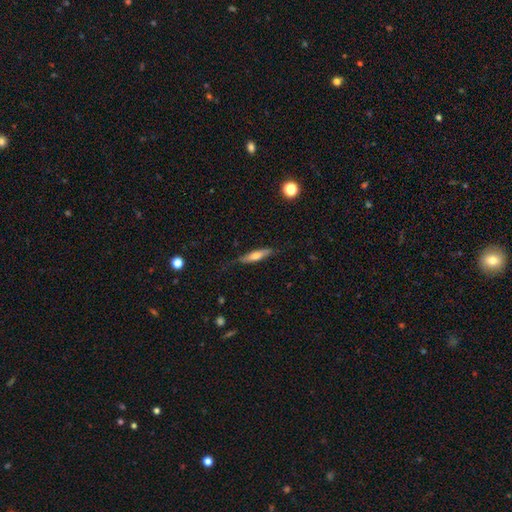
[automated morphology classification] Smooth or featured: smooth — 56% (featured or disk — 38%)
How rounded: cigar-shaped — 72% (in between — 26%)
Merging: none — 72% (minor disturbance — 21%)